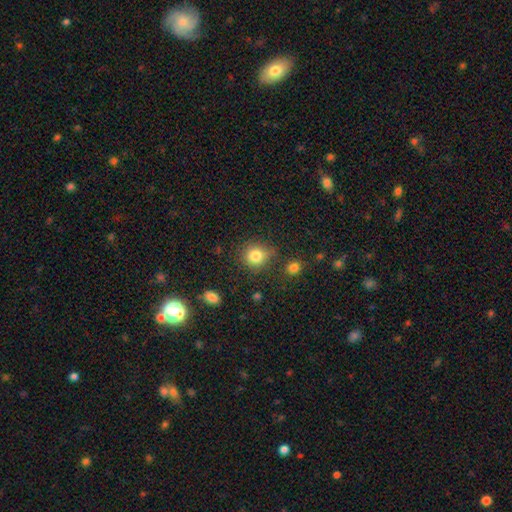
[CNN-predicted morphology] The model was most divided on "merging": none: 71%, minor disturbance: 19%, major disturbance: 5%, merger: 5%. More confident: how rounded — round (83%); smooth or featured — smooth (83%).